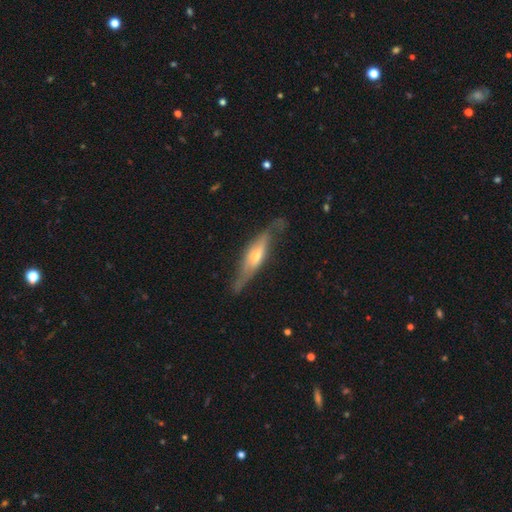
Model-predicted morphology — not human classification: Smooth or featured?
  - featured or disk: 68% *
  - smooth: 26%
  - star or artifact: 5%
Edge-on disk?
  - yes: 81% *
  - no: 19%
Edge-on bulge?
  - rounded: 76% *
  - boxy: 14%
  - none: 10%
Merging?
  - none: 70% *
  - minor disturbance: 21%
  - major disturbance: 7%
  - merger: 2%